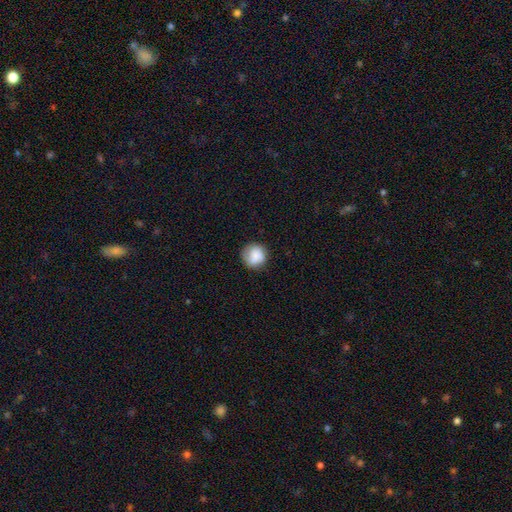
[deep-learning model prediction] Smooth or featured? smooth (82%)
How rounded? round (91%)
Merging? none (77%)